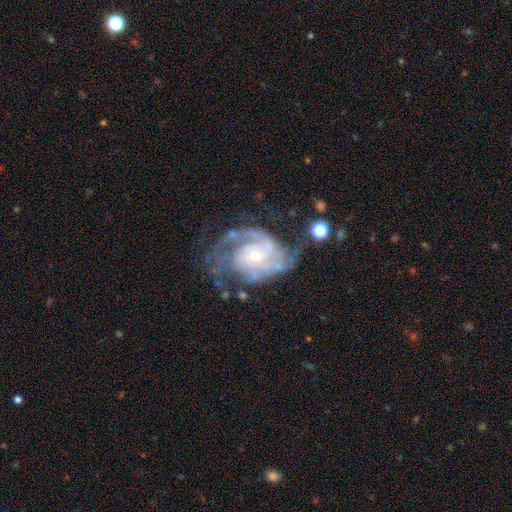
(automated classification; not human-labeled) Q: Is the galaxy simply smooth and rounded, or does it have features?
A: featured or disk — 90%.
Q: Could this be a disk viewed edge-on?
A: no — 98%.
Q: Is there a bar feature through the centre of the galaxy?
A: no — 62%.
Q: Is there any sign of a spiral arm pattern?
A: yes — 97%.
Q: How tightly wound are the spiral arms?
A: tight — 51%.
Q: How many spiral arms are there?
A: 2 — 42%.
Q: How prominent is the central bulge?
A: small — 64%.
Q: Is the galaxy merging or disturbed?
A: none — 54%.